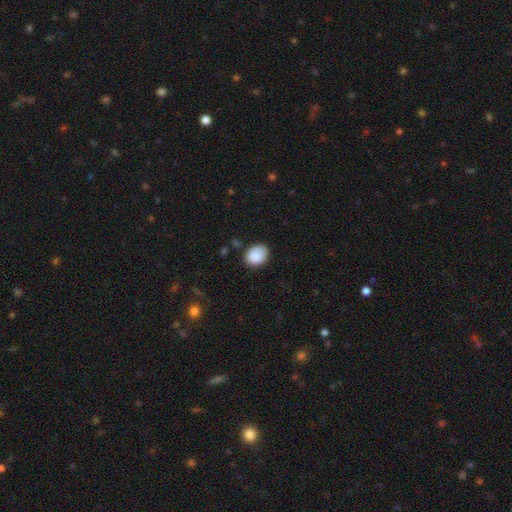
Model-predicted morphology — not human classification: Smooth or featured? Predicted: smooth (p=0.88). How rounded? Predicted: in between (p=0.58). Merging? Predicted: none (p=0.75).